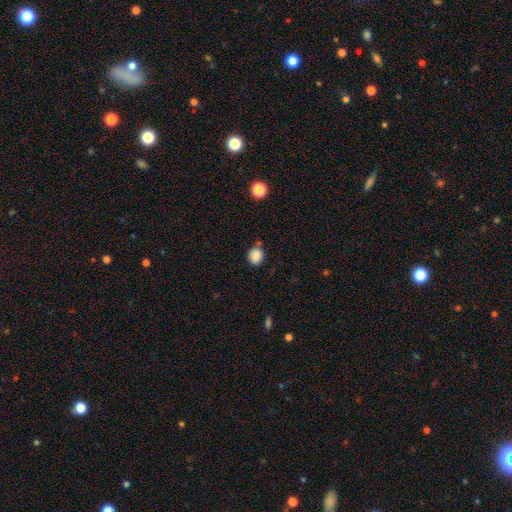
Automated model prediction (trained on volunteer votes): Smooth or featured: smooth — 86% (star or artifact — 9%)
How rounded: round — 68% (in between — 32%)
Merging: none — 74% (minor disturbance — 18%)